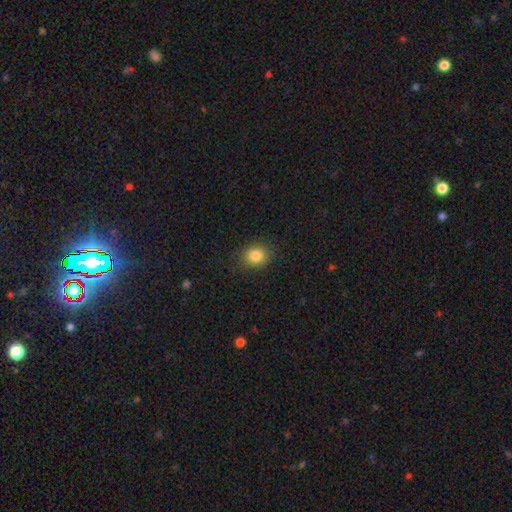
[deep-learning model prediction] smooth_or_featured: smooth (p=0.84) [alt: star or artifact p=0.10]
how_rounded: round (p=0.60) [alt: in between p=0.39]
merging: none (p=0.86) [alt: minor disturbance p=0.10]